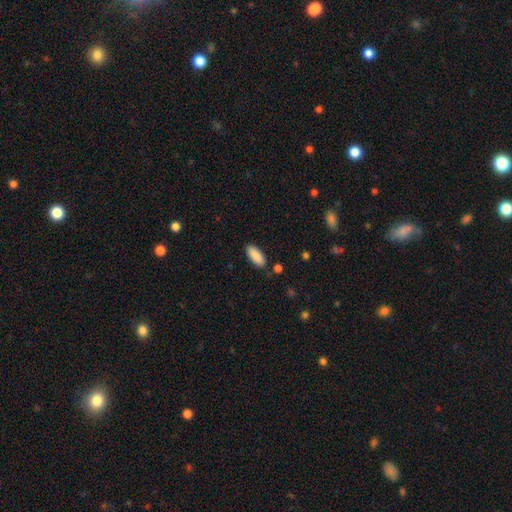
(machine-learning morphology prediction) Smooth or featured?
  - smooth: 89% *
  - star or artifact: 6%
  - featured or disk: 4%
How rounded?
  - in between: 82% *
  - cigar-shaped: 16%
  - round: 2%
Merging?
  - none: 85% *
  - minor disturbance: 10%
  - major disturbance: 2%
  - merger: 2%